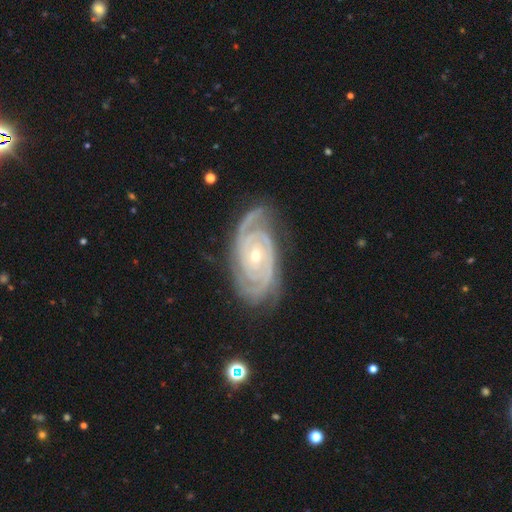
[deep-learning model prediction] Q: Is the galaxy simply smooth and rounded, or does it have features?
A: featured or disk — 93%.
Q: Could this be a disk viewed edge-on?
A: no — 97%.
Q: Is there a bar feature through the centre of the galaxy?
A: no — 67%.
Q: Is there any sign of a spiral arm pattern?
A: yes — 99%.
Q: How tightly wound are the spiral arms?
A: tight — 82%.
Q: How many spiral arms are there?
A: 2 — 54%.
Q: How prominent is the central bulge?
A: small — 57%.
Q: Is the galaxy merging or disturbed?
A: none — 79%.